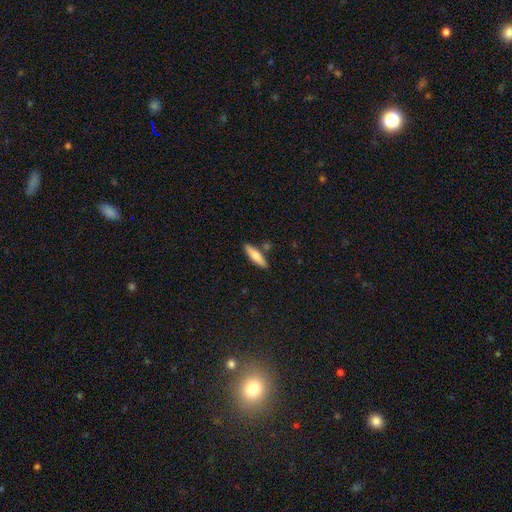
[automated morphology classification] type=smooth (71%); roundness=cigar-shaped (66%); merging=none (81%).